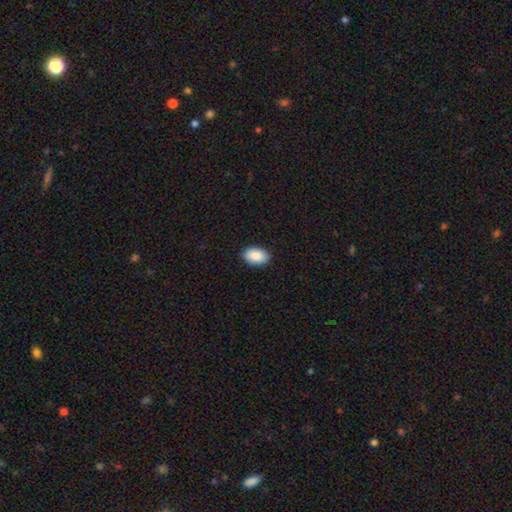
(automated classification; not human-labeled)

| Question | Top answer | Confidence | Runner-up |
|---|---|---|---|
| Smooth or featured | smooth | 89% | star or artifact (6%) |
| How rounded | in between | 91% | round (8%) |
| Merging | none | 90% | minor disturbance (8%) |